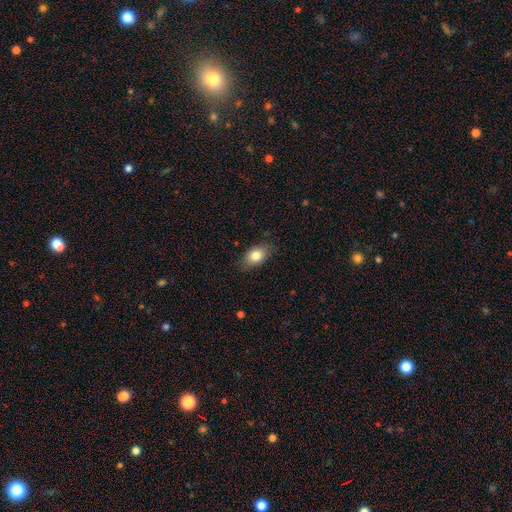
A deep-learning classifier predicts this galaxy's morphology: A smooth galaxy with no disk features (81%) that is in between round and cigar-shaped (85%). Merging: none (81%).